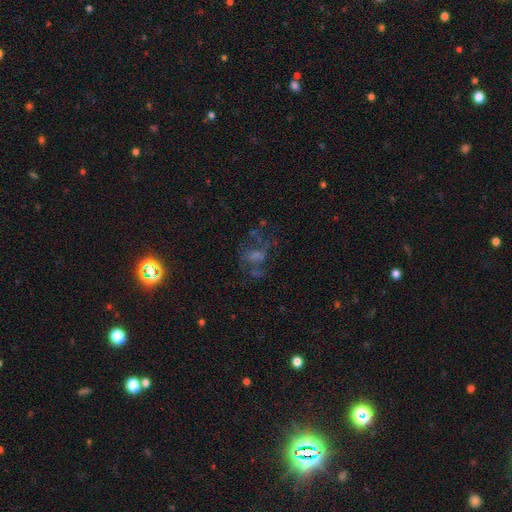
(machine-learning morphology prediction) smooth-or-featured: featured or disk: 44% | star or artifact: 31% | smooth: 26%
  merging: none: 50% | major disturbance: 28% | minor disturbance: 17% | merger: 5%